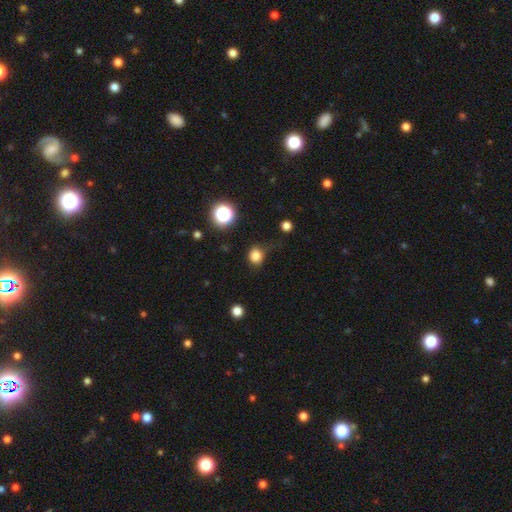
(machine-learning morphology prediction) Smooth or featured? smooth (81%)
How rounded? round (74%)
Merging? none (58%)